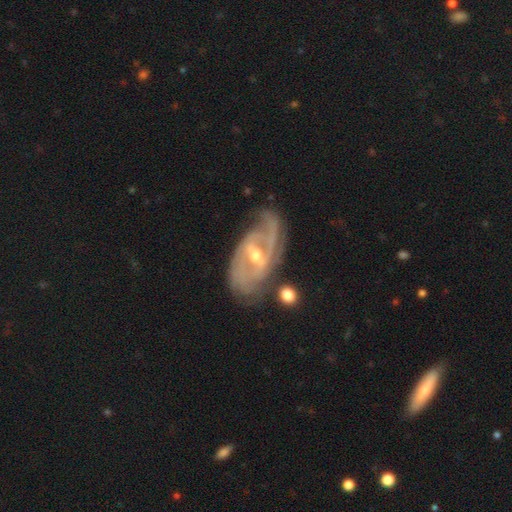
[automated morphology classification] Smooth or featured?
  - featured or disk: 88% *
  - smooth: 7%
  - star or artifact: 5%
Edge-on disk?
  - no: 94% *
  - yes: 6%
Bar?
  - weak: 46% *
  - strong: 39%
  - no: 15%
Spiral arms?
  - yes: 94% *
  - no: 6%
Spiral winding?
  - medium: 42% *
  - tight: 41%
  - loose: 17%
Spiral arm count?
  - 2: 54% *
  - can't tell: 19%
  - 3: 12%
  - 1: 8%
  - 4: 4%
  - more than 4: 3%
Bulge size?
  - moderate: 51% *
  - small: 46%
  - large: 2%
  - none: 1%
  - dominant: 1%
Merging?
  - none: 61% *
  - minor disturbance: 23%
  - major disturbance: 12%
  - merger: 4%